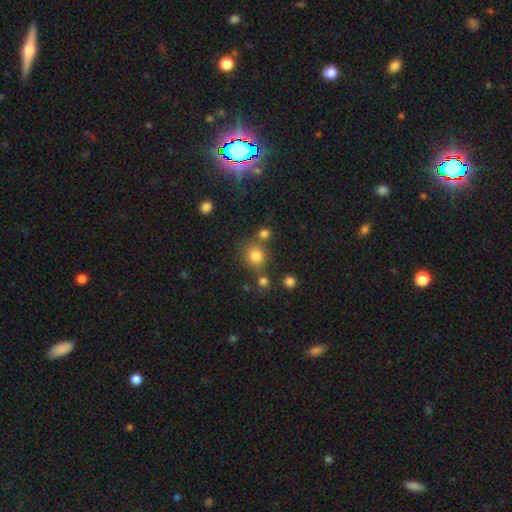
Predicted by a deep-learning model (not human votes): smooth-or-featured: smooth: 79% | star or artifact: 14% | featured or disk: 7%
  how-rounded: round: 85% | in between: 14% | cigar-shaped: 1%
  merging: none: 69% | merger: 16% | minor disturbance: 11% | major disturbance: 4%